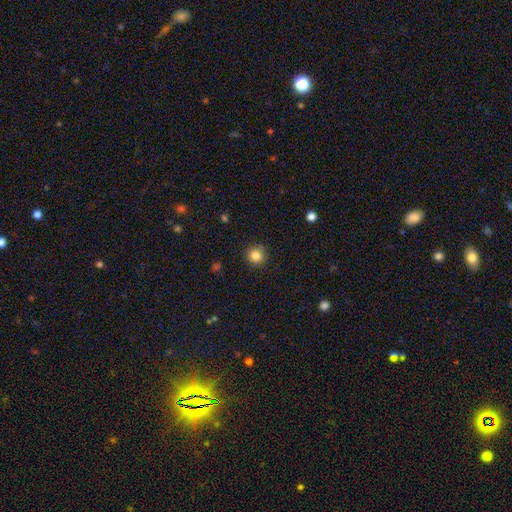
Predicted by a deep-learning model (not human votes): smooth_or_featured: smooth (p=0.83) [alt: star or artifact p=0.12]
how_rounded: round (p=0.91) [alt: in between p=0.08]
merging: none (p=0.87) [alt: minor disturbance p=0.09]